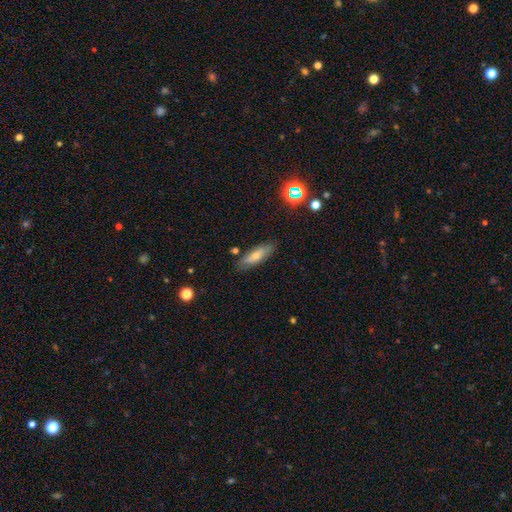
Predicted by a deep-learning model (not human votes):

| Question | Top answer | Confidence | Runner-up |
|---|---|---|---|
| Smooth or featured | smooth | 64% | featured or disk (27%) |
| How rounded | in between | 52% | cigar-shaped (46%) |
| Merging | none | 80% | minor disturbance (14%) |